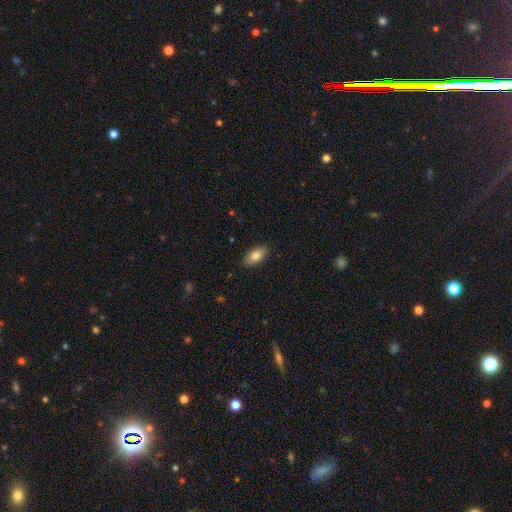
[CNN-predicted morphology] The model was most divided on "smooth or featured": smooth: 81%, featured or disk: 12%, star or artifact: 7%. More confident: how rounded — in between (91%); merging — none (87%).